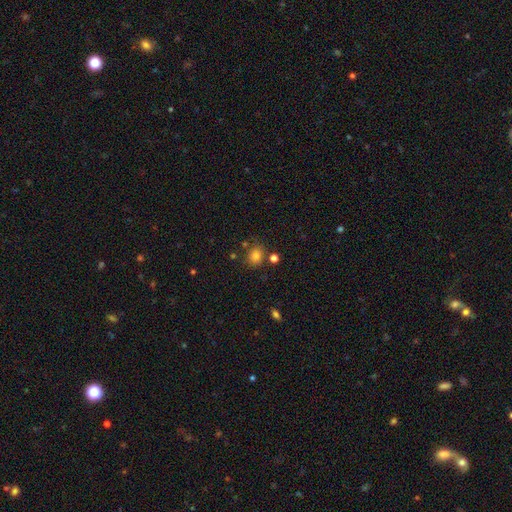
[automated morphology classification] type=smooth (80%); roundness=round (70%); merging=none (75%).